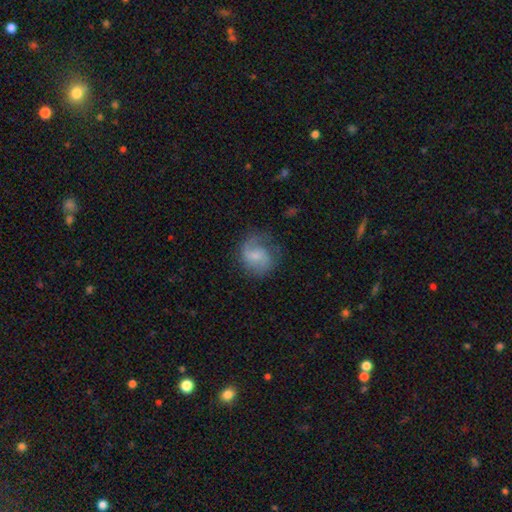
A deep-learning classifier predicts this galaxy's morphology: featured or disk 56%, smooth 36%, star or artifact 8%. Down the decision tree: edge-on disk — no (98%); bar — weak (46%); spiral arms — yes (87%); bulge size — small (46%); merging — none (60%).